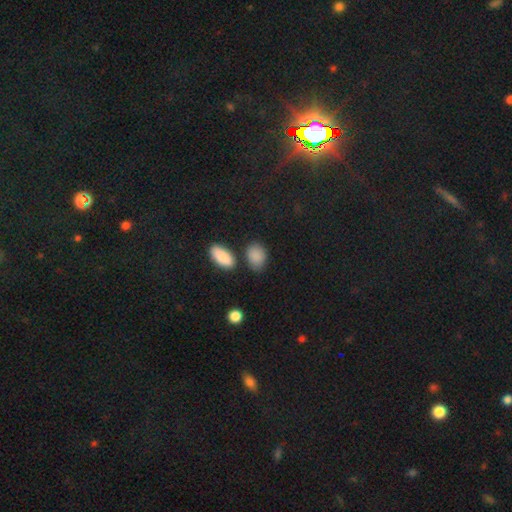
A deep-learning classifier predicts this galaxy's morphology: This appears to be a smooth galaxy with no disk features (88%) that is in between round and cigar-shaped (80%). Merging: none (72%).